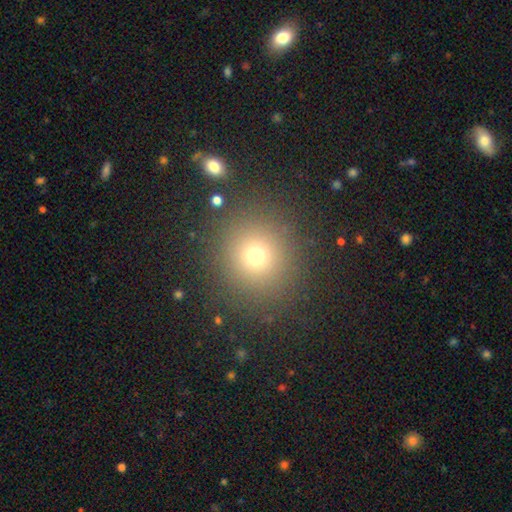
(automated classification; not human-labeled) This is likely a smooth galaxy (71%). How rounded: clearly round (90%). Merging: clearly none (89%).